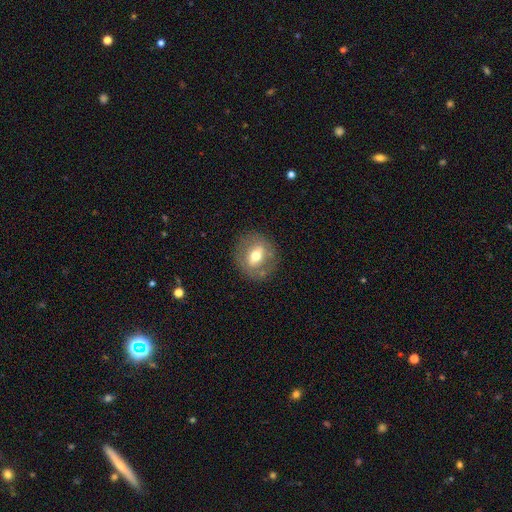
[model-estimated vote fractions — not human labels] Smooth or featured? Predicted: smooth (p=0.52). How rounded? Predicted: round (p=0.67). Merging? Predicted: none (p=0.80).